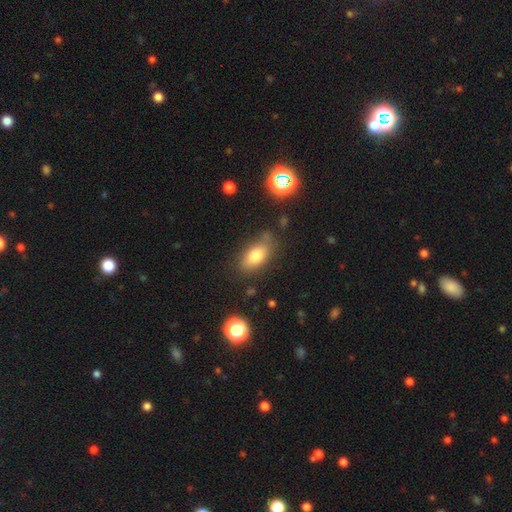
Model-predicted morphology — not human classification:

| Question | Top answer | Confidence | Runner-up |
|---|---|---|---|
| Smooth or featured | smooth | 77% | featured or disk (13%) |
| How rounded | in between | 86% | round (7%) |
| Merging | none | 72% | minor disturbance (19%) |